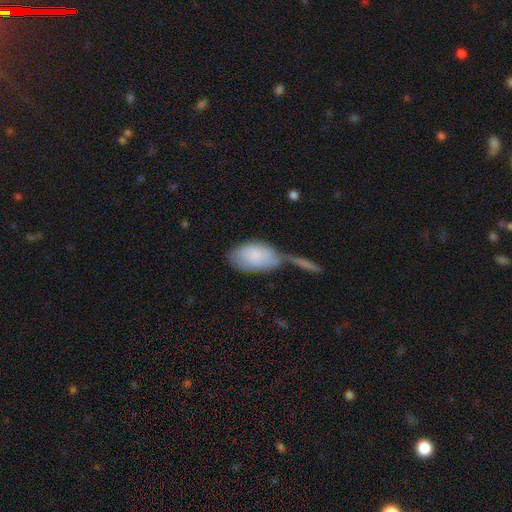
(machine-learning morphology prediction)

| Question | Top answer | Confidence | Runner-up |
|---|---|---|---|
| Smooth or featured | smooth | 76% | featured or disk (18%) |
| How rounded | in between | 93% | round (4%) |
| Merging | merger | 41% | none (30%) |